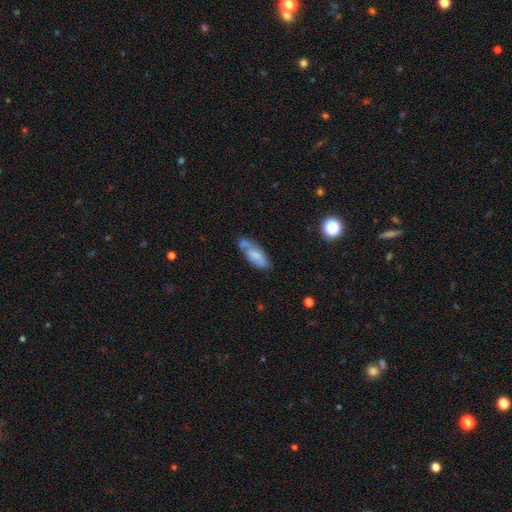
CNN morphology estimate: Smooth or featured?
  - smooth: 57% *
  - featured or disk: 35%
  - star or artifact: 7%
How rounded?
  - in between: 79% *
  - cigar-shaped: 19%
  - round: 2%
Merging?
  - none: 46% *
  - minor disturbance: 29%
  - merger: 13%
  - major disturbance: 12%